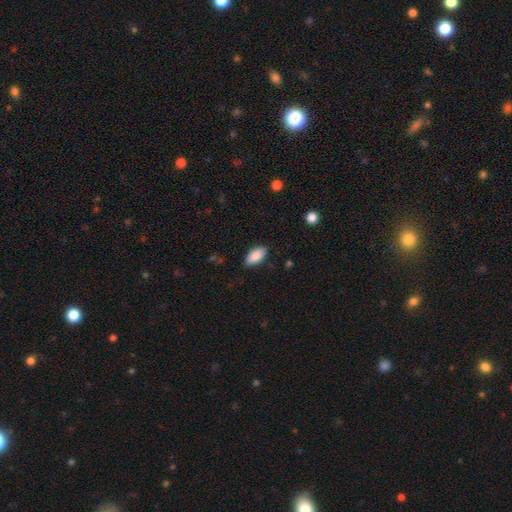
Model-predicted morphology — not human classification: Smooth or featured?
  - smooth: 88% *
  - star or artifact: 6%
  - featured or disk: 6%
How rounded?
  - in between: 92% *
  - cigar-shaped: 6%
  - round: 2%
Merging?
  - none: 86% *
  - minor disturbance: 11%
  - major disturbance: 2%
  - merger: 1%